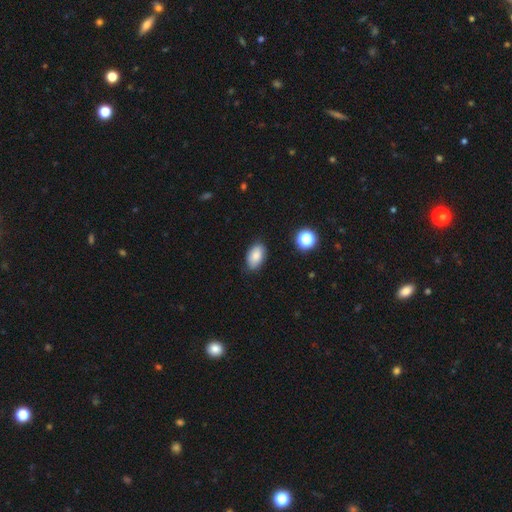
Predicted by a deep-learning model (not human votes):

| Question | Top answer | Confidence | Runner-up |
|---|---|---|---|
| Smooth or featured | smooth | 84% | star or artifact (8%) |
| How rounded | in between | 92% | round (7%) |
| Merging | none | 84% | minor disturbance (12%) |